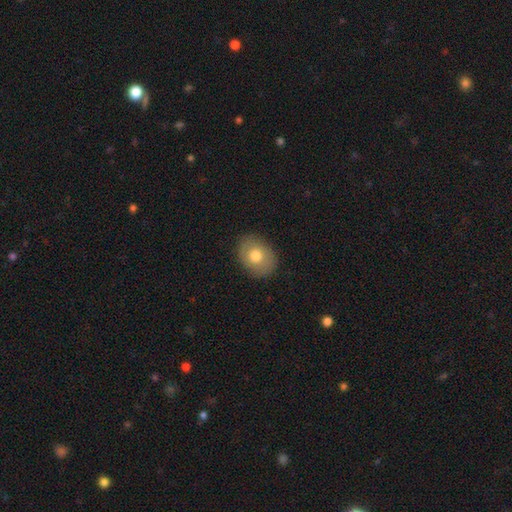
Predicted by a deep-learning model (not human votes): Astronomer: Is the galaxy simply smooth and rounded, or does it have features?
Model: smooth — 74%.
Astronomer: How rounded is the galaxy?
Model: in between — 60% (runner-up: round, 39%).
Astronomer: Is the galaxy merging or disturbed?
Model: none — 87%.